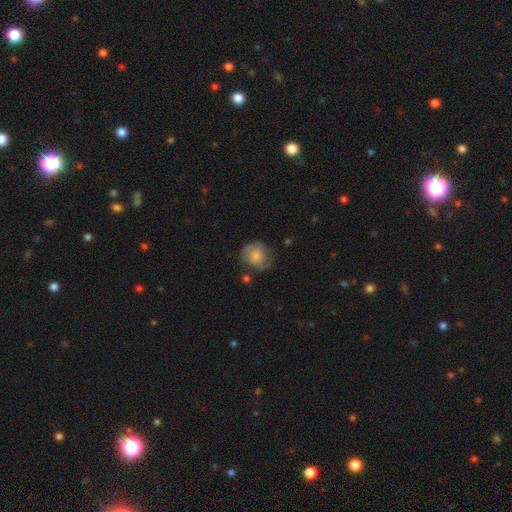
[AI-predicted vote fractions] A featured or disk galaxy (56%) with no bar (71%), spiral arms (86%) and a moderate central bulge (31%). Merging: none (64%).